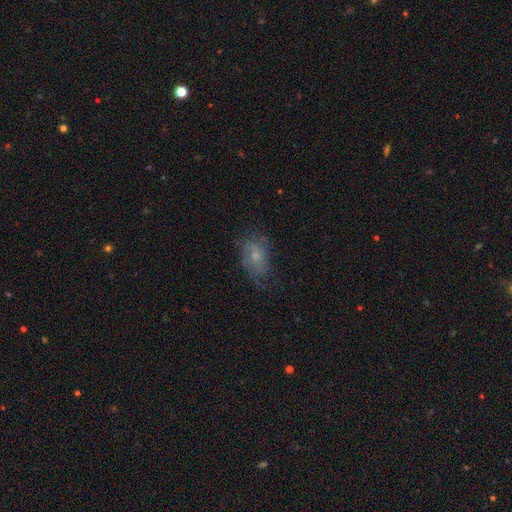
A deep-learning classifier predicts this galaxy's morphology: smooth-or-featured: smooth: 50% | featured or disk: 39% | star or artifact: 11%
  merging: none: 58% | minor disturbance: 27% | major disturbance: 14% | merger: 1%